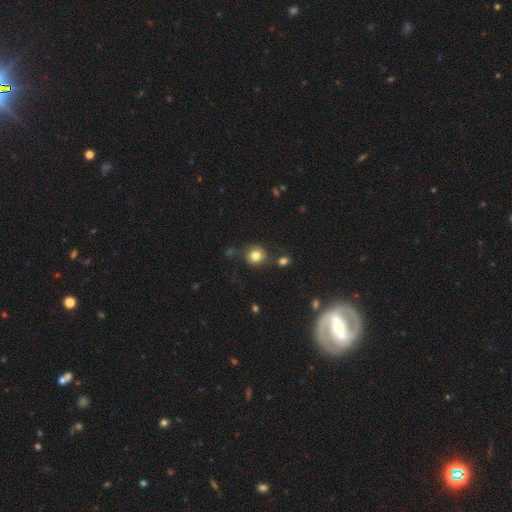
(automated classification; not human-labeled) The model was most divided on "merging": none: 76%, minor disturbance: 12%, merger: 8%, major disturbance: 4%. More confident: how rounded — round (87%); smooth or featured — smooth (81%).